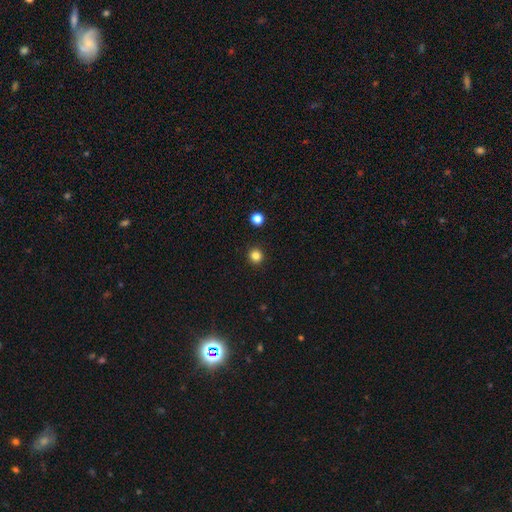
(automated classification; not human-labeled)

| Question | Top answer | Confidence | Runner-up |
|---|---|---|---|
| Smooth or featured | smooth | 83% | star or artifact (13%) |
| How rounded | round | 95% | in between (4%) |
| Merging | none | 93% | minor disturbance (4%) |